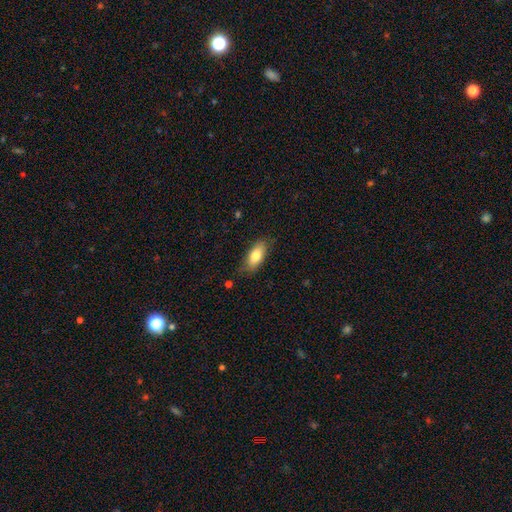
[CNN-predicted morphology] Smooth or featured? Predicted: smooth (p=0.79). How rounded? Predicted: in between (p=0.82). Merging? Predicted: none (p=0.78).